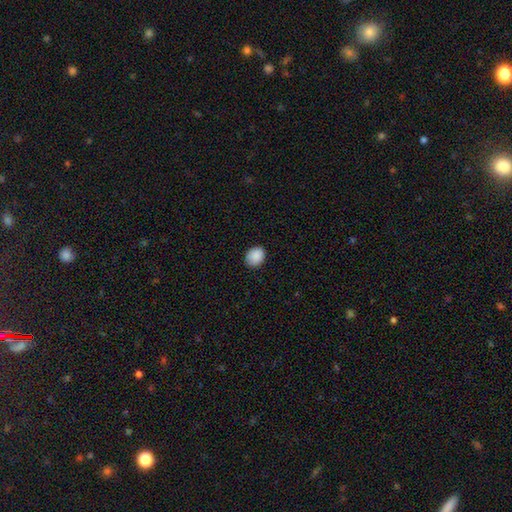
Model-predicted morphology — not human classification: The model was most divided on "how rounded": round: 53%, in between: 46%, cigar-shaped: 1%. More confident: smooth or featured — smooth (90%); merging — none (87%).